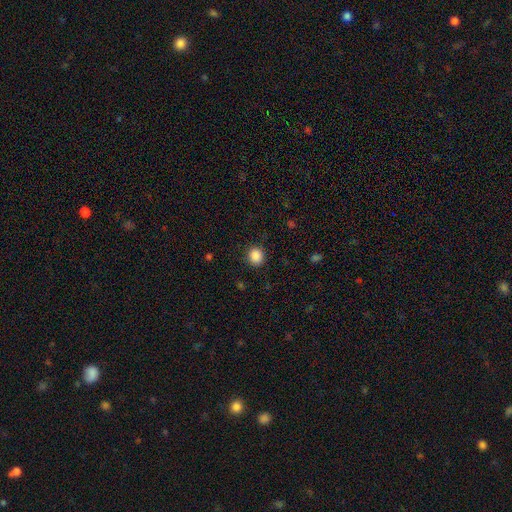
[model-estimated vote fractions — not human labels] Smooth or featured?
  - smooth: 87% *
  - star or artifact: 10%
  - featured or disk: 3%
How rounded?
  - round: 84% *
  - in between: 15%
  - cigar-shaped: 1%
Merging?
  - none: 89% *
  - minor disturbance: 7%
  - major disturbance: 3%
  - merger: 1%